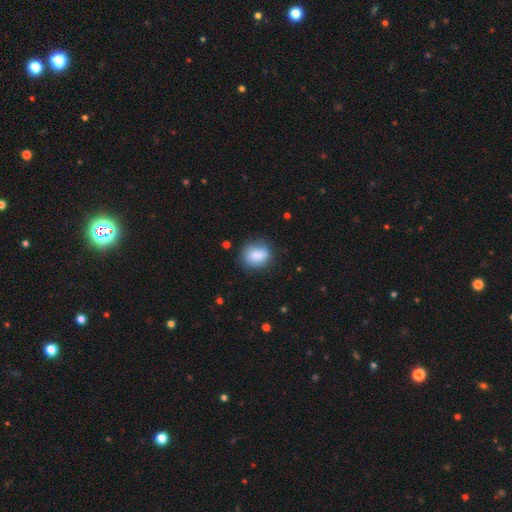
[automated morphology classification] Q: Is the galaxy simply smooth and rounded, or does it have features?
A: smooth — 84%.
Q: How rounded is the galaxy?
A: round — 51%.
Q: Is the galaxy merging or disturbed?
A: none — 71%.